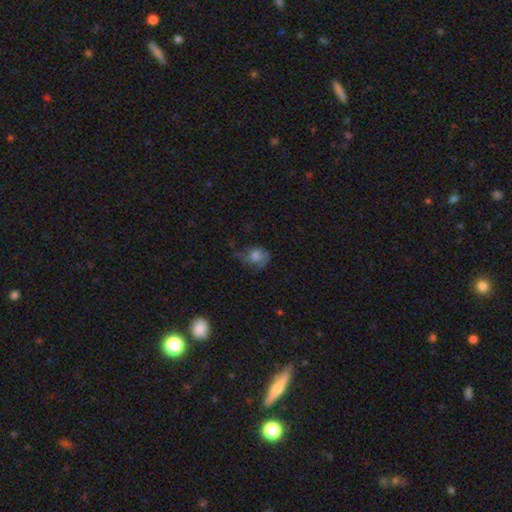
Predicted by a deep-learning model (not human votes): A smooth galaxy with no disk features (64%) that is round (58%). Merging: none (37%).